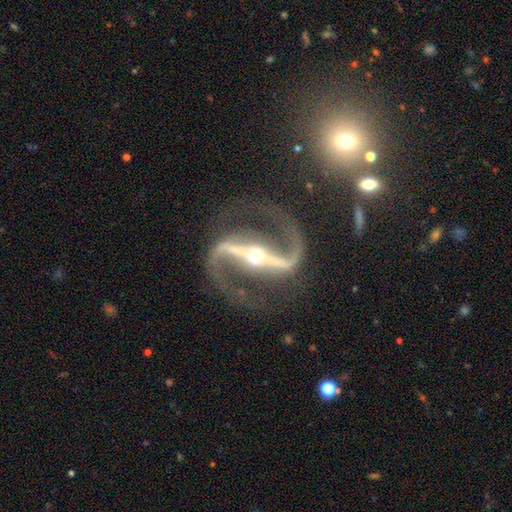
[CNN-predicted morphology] The model was most divided on "bulge size": moderate: 49%, small: 44%, large: 4%, none: 1%, dominant: 1%. More confident: spiral arms — yes (98%); edge-on disk — no (96%); spiral arm count — 2 (95%); smooth or featured — featured or disk (94%); merging — none (82%); bar — strong (81%); spiral winding — medium (55%).